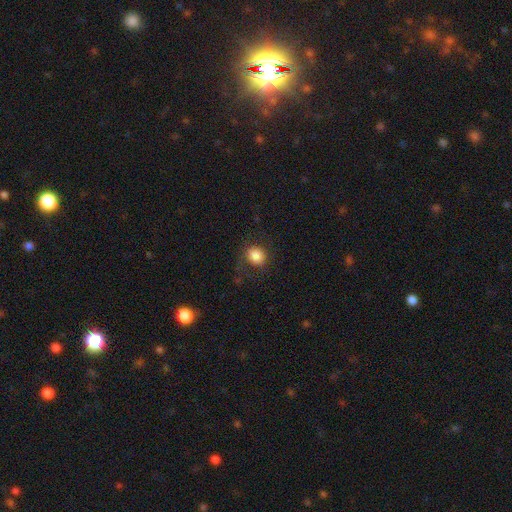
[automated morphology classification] Smooth or featured? smooth (82%)
How rounded? round (76%)
Merging? none (74%)